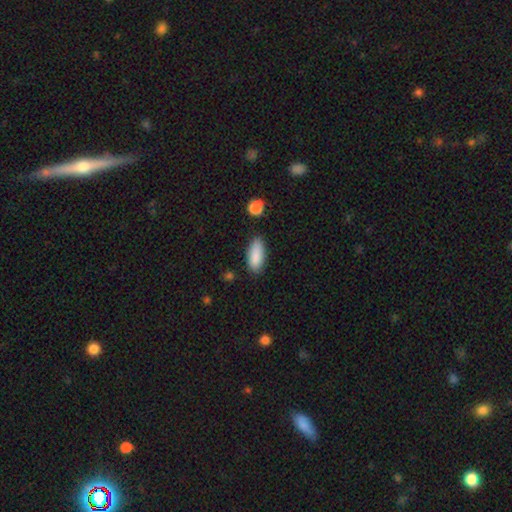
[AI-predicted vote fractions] smooth-or-featured: smooth: 88% | star or artifact: 7% | featured or disk: 5%
  how-rounded: in between: 81% | cigar-shaped: 17% | round: 2%
  merging: none: 81% | minor disturbance: 14% | major disturbance: 3% | merger: 2%